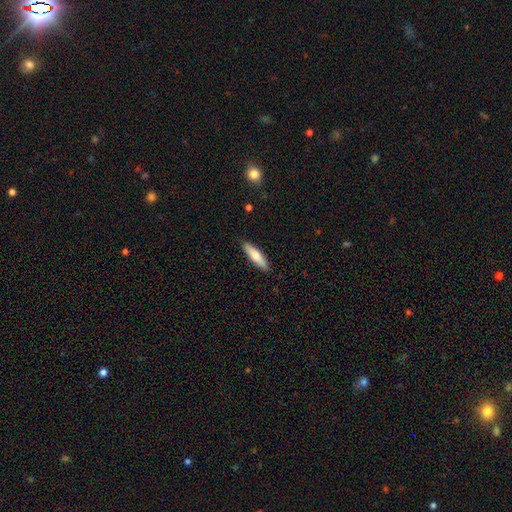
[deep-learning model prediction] smooth-or-featured: smooth: 73% | featured or disk: 22% | star or artifact: 5%
  how-rounded: cigar-shaped: 75% | in between: 23% | round: 1%
  merging: none: 89% | minor disturbance: 8% | major disturbance: 2% | merger: 1%